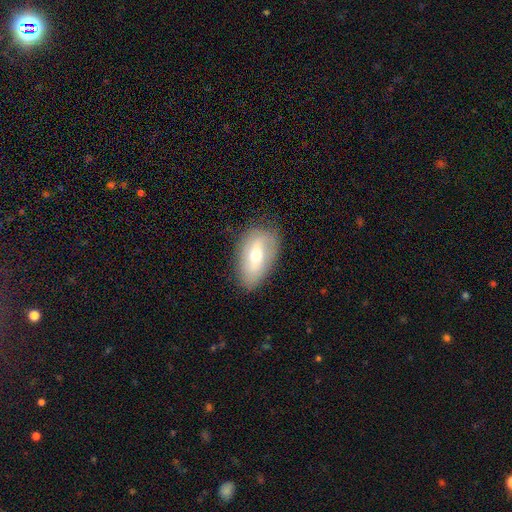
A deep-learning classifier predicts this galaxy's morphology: Smooth or featured? smooth (48%)
Merging? none (80%)